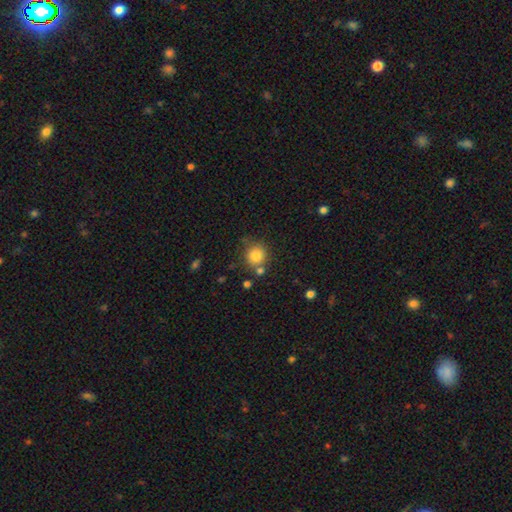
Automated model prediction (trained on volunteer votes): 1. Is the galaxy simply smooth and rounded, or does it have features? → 82% smooth, 11% star or artifact, 7% featured or disk.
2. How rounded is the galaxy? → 89% round, 10% in between, 1% cigar-shaped.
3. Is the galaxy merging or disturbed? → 72% none, 12% minor disturbance, 12% merger, 4% major disturbance.